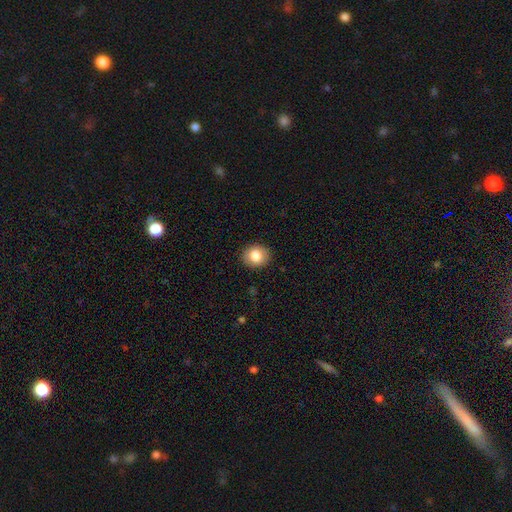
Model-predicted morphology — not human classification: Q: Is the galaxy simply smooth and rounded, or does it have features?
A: smooth — 83%.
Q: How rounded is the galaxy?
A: round — 71%.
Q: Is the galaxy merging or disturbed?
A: none — 90%.